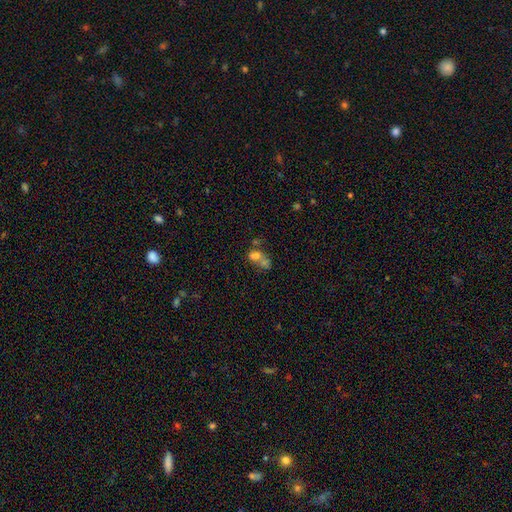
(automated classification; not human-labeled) Smooth or featured: smooth — 61% (featured or disk — 24%)
How rounded: in between — 63% (round — 35%)
Merging: merger — 66% (none — 19%)